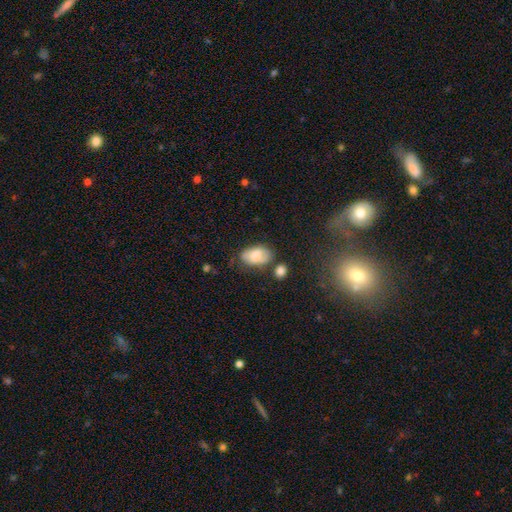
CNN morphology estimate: A smooth galaxy with no disk features (73%) that is in between round and cigar-shaped (92%). Merging: none (63%).